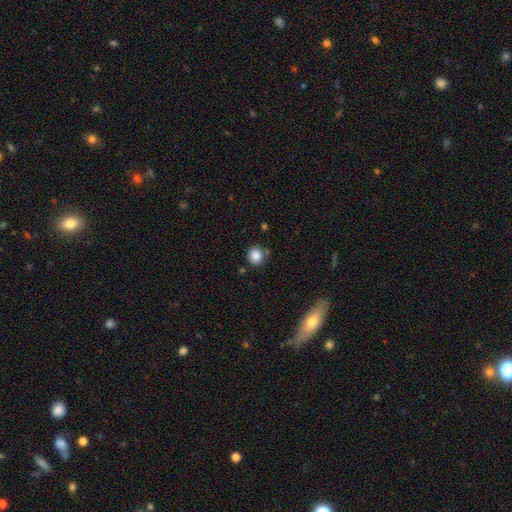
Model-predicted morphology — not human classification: Smooth or featured? Predicted: smooth (p=0.86). How rounded? Predicted: round (p=0.83). Merging? Predicted: none (p=0.79).